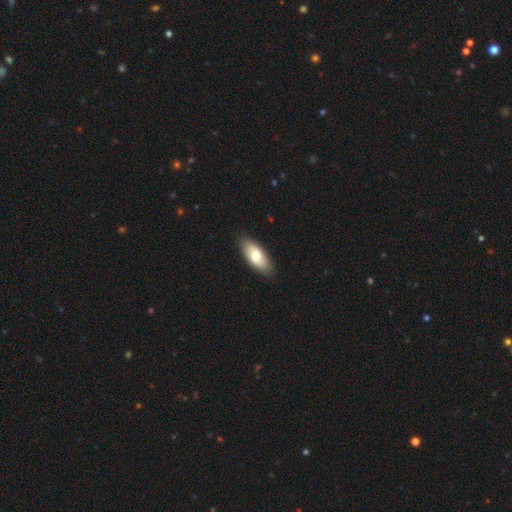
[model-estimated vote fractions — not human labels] smooth 73%, featured or disk 21%, star or artifact 5%. Down the decision tree: how rounded — in between (84%); merging — none (88%).